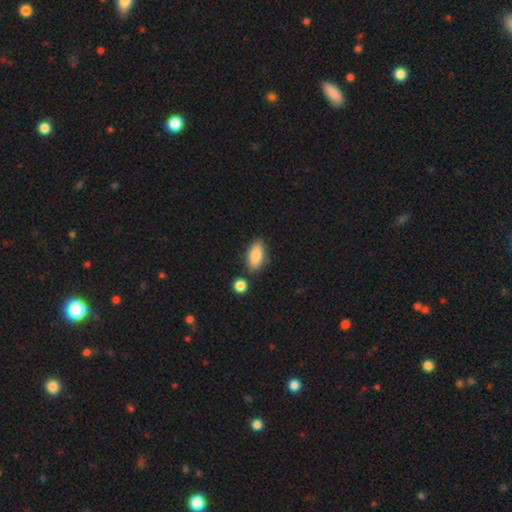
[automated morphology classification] Smooth or featured?
  - smooth: 84% *
  - featured or disk: 9%
  - star or artifact: 7%
How rounded?
  - in between: 87% *
  - cigar-shaped: 9%
  - round: 4%
Merging?
  - none: 77% *
  - minor disturbance: 13%
  - merger: 7%
  - major disturbance: 3%